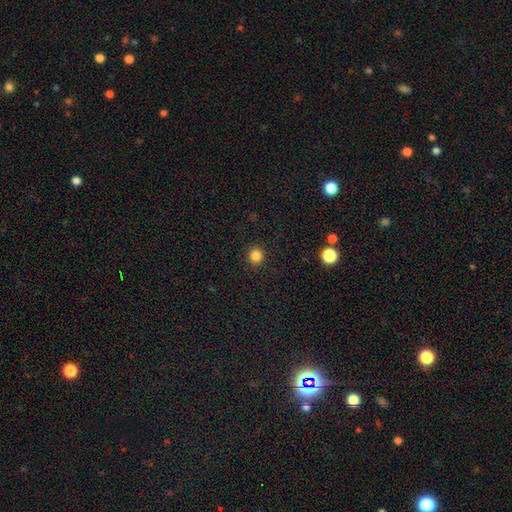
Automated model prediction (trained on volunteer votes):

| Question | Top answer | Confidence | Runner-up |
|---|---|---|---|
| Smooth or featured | smooth | 84% | star or artifact (12%) |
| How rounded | round | 92% | in between (7%) |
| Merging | none | 91% | minor disturbance (6%) |